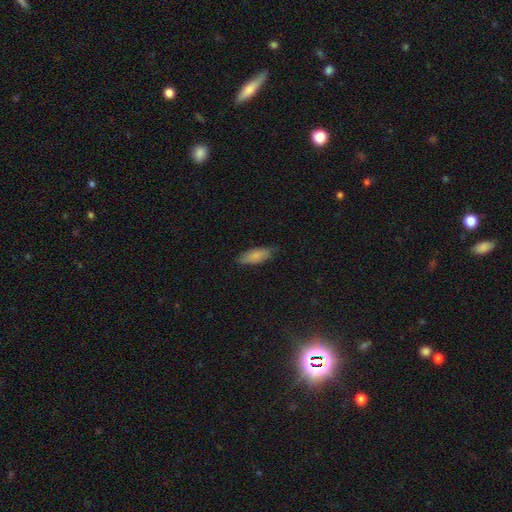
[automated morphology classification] Overall: smooth (83%). How rounded: in between (66%; cigar-shaped 33%). Merging: none (78%).